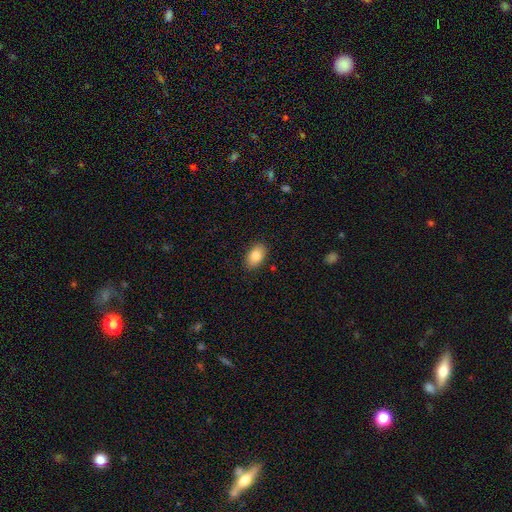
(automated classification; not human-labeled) This appears to be a smooth galaxy with no disk features (82%) that is in between round and cigar-shaped (90%). Merging: none (88%).